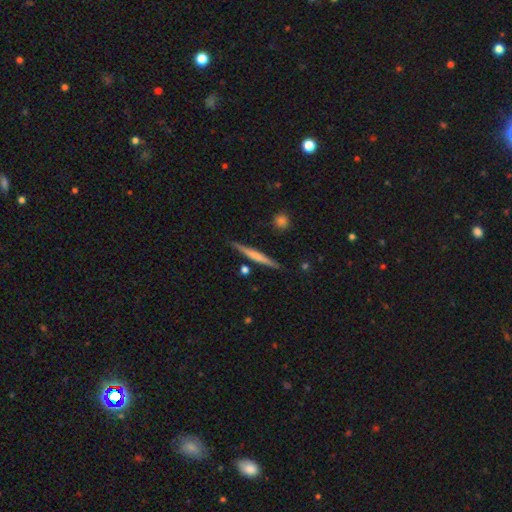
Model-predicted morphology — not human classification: This is possibly a featured or disk galaxy (48%). Merging: clearly none (87%).